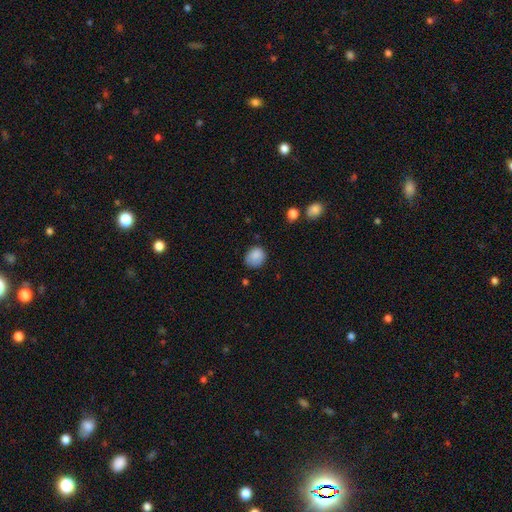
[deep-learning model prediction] Smooth or featured? Predicted: smooth (p=0.84). How rounded? Predicted: round (p=0.68). Merging? Predicted: none (p=0.68).